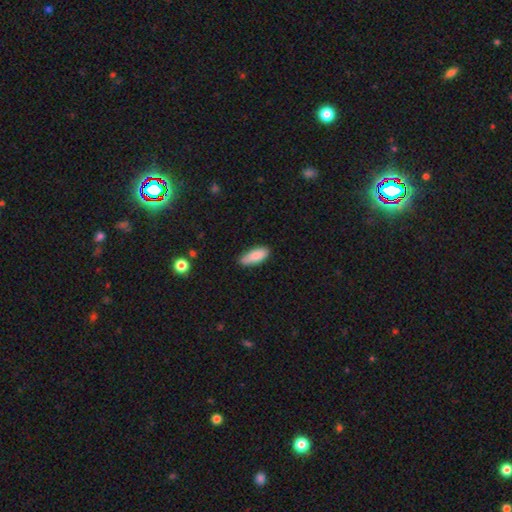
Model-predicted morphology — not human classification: Smooth or featured?
  - smooth: 86% *
  - featured or disk: 8%
  - star or artifact: 6%
How rounded?
  - in between: 77% *
  - cigar-shaped: 21%
  - round: 2%
Merging?
  - none: 78% *
  - minor disturbance: 18%
  - major disturbance: 3%
  - merger: 2%